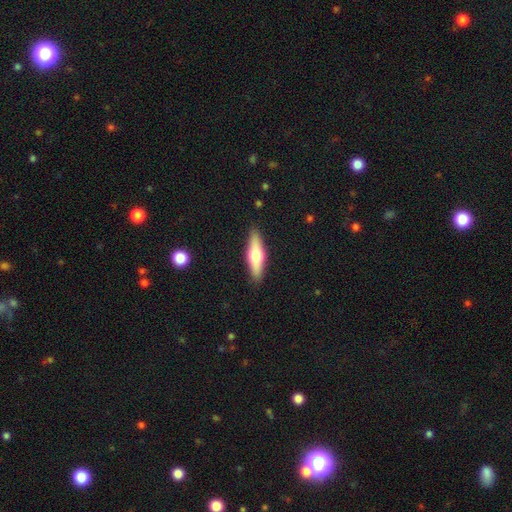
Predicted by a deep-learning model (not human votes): This is possibly a smooth galaxy (49%). Merging: clearly none (88%).